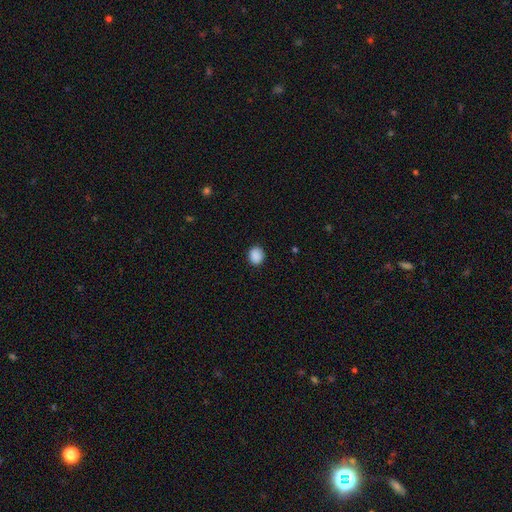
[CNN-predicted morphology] Smooth or featured? Predicted: smooth (p=0.89). How rounded? Predicted: round (p=0.73). Merging? Predicted: none (p=0.90).